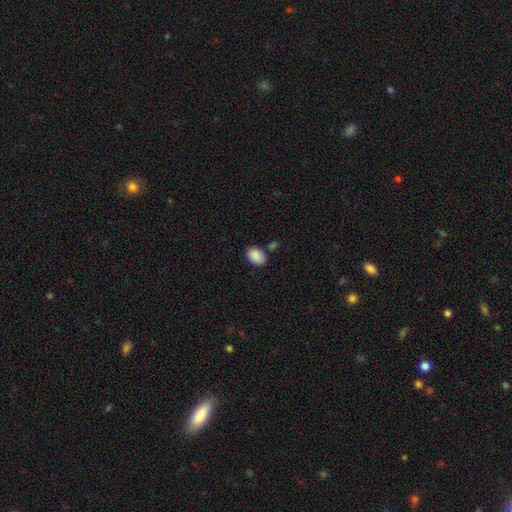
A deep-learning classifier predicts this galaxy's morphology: The model was most divided on "how rounded": in between: 81%, round: 18%, cigar-shaped: 1%. More confident: smooth or featured — smooth (89%); merging — none (76%).